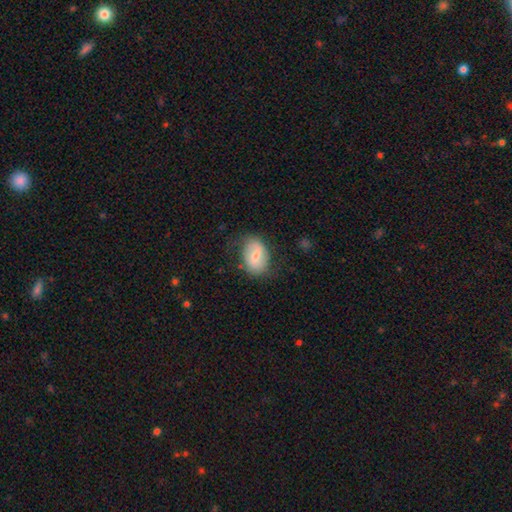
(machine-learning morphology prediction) Overall: smooth (61%; featured or disk 31%). How rounded: in between (81%). Merging: none (71%).